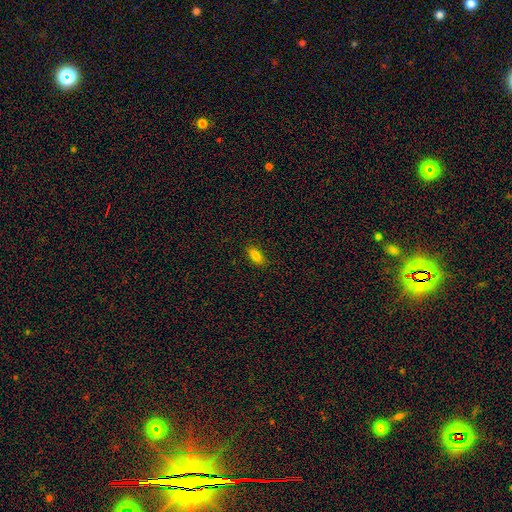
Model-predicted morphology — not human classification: Smooth or featured: smooth — 81% (star or artifact — 10%)
How rounded: in between — 85% (cigar-shaped — 12%)
Merging: none — 86% (minor disturbance — 11%)